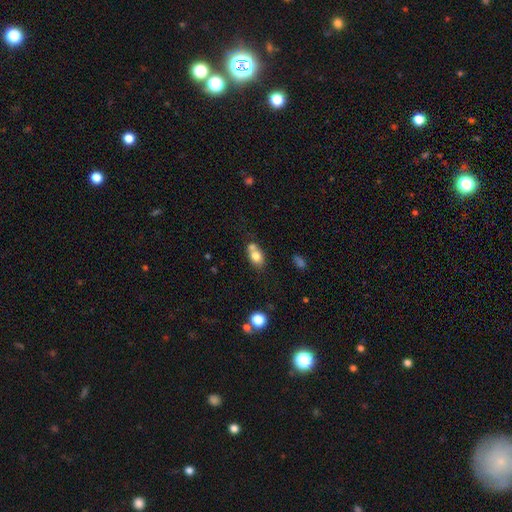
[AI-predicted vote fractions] The model was most divided on "merging": merger: 43%, none: 40%, minor disturbance: 12%, major disturbance: 5%. More confident: smooth or featured — smooth (76%); how rounded — in between (69%).